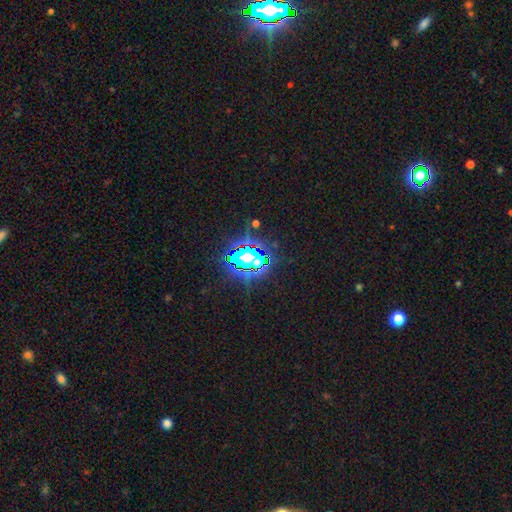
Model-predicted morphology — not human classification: Smooth or featured? star or artifact (79%)